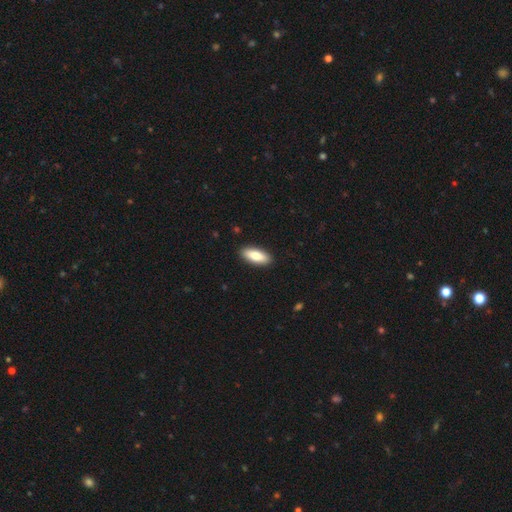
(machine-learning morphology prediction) The model was most divided on "how rounded": in between: 77%, cigar-shaped: 21%, round: 2%. More confident: merging — none (91%); smooth or featured — smooth (80%).